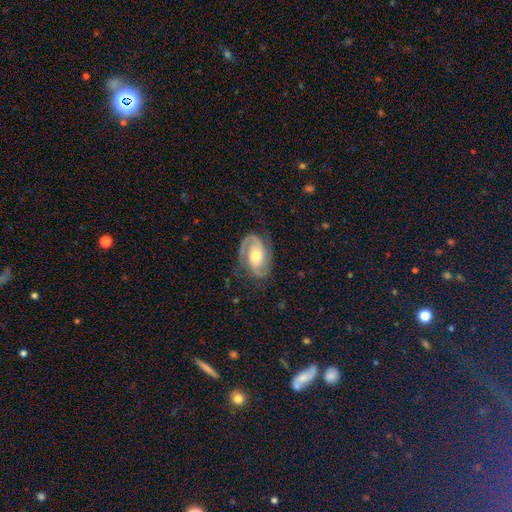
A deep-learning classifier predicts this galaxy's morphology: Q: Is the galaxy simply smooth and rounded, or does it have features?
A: featured or disk — 86%.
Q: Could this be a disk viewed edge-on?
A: no — 97%.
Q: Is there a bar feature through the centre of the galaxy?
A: no — 57%.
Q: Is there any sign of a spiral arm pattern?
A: yes — 96%.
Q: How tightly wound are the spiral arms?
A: medium — 48%.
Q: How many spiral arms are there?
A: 2 — 86%.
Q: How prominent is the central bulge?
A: moderate — 68%.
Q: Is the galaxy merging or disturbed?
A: none — 74%.